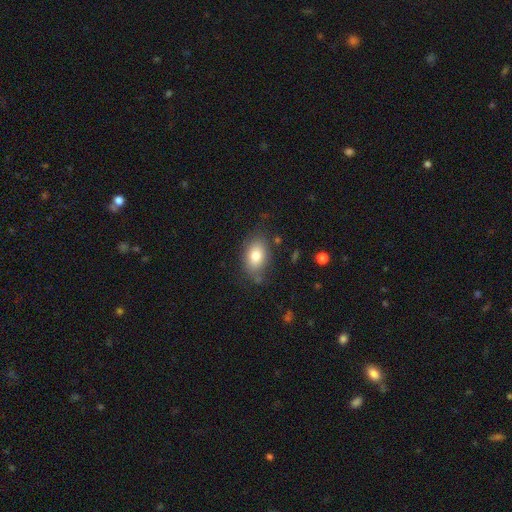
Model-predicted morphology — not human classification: The model was most divided on "merging": none: 76%, minor disturbance: 17%, major disturbance: 5%, merger: 3%. More confident: how rounded — in between (87%); smooth or featured — smooth (79%).